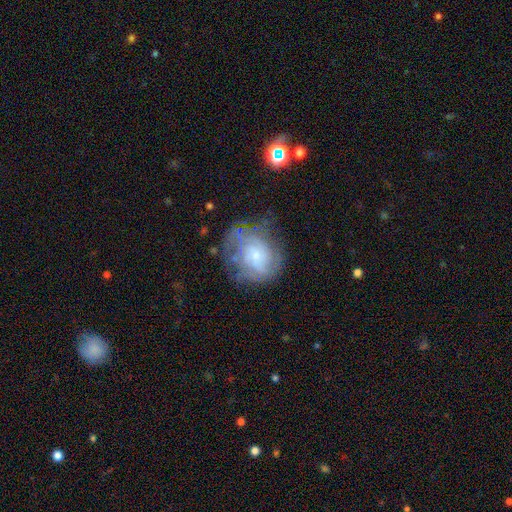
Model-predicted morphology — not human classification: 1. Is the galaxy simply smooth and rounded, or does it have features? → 64% featured or disk, 27% smooth, 8% star or artifact.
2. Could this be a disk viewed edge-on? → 97% no, 3% yes.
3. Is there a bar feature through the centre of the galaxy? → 72% no, 24% weak, 4% strong.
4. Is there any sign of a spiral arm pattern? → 74% yes, 26% no.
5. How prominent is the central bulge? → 66% small, 23% moderate, 6% none, 4% large, 1% dominant.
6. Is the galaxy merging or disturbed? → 52% none, 25% minor disturbance, 20% major disturbance, 3% merger.